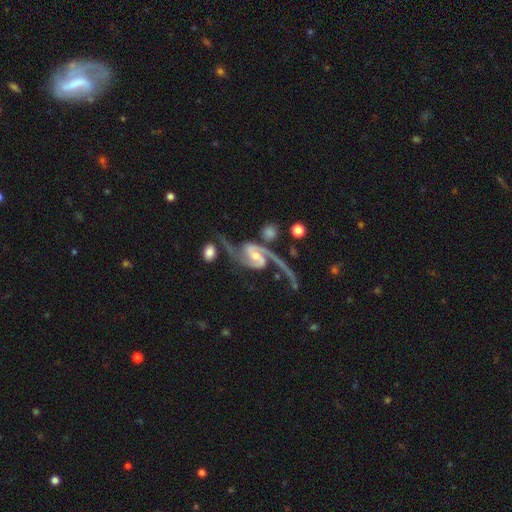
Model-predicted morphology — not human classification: This is clearly a featured or disk galaxy (93%). It is clearly not viewed edge-on (97%). Bar: possibly weak (45%). Spiral arm pattern: clearly yes (98%). Spiral arm count: clearly 2 (92%). Spiral winding: possibly loose (45%). Central bulge: possibly moderate (51%). Merging: possibly none (47%).